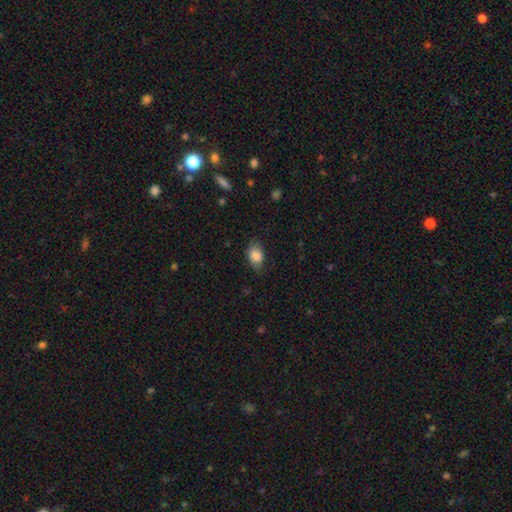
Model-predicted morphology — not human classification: smooth 85%, star or artifact 8%, featured or disk 8%. Down the decision tree: how rounded — in between (79%); merging — none (71%).